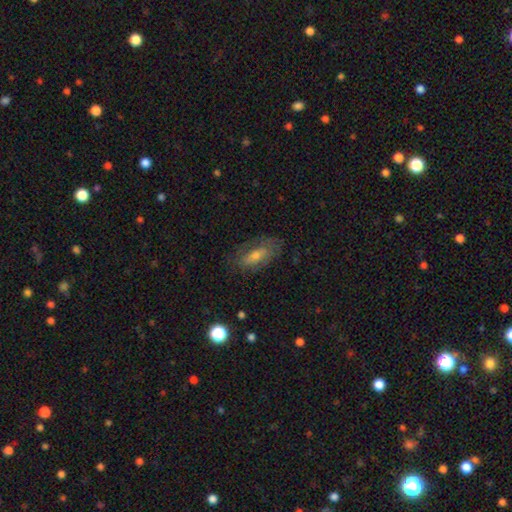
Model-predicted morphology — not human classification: The model was most divided on "smooth or featured": smooth: 50%, featured or disk: 40%, star or artifact: 10%. More confident: merging — none (69%).